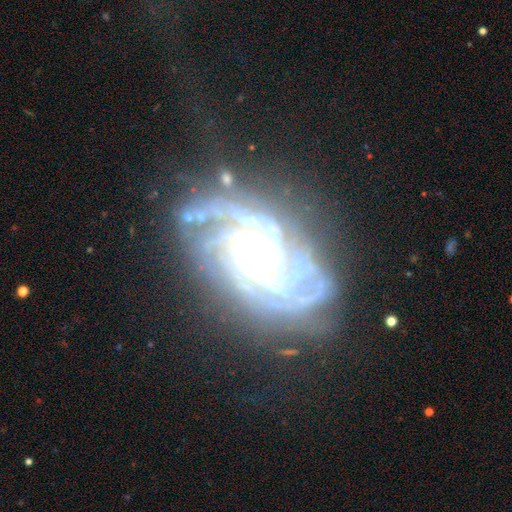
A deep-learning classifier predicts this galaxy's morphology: A featured or disk galaxy (89%) with no bar (62%), 3 (26%) tight (69%) spiral arms (98%) and a moderate central bulge (44%).

Vote fractions:
- Smooth or featured? featured or disk: 89% / star or artifact: 7% / smooth: 4%
- Edge-on disk? no: 96% / yes: 4%
- Bar? no: 62% / weak: 23% / strong: 16%
- Spiral arms? yes: 98% / no: 2%
- Spiral winding? tight: 69% / medium: 26% / loose: 5%
- Spiral arm count? 3: 26% / can't tell: 19% / 2: 17% / 4: 17% / more than 4: 14% / 1: 8%
- Bulge size? moderate: 44% / large: 39% / small: 9% / dominant: 5% / none: 3%
- Merging? none: 69% / minor disturbance: 19% / major disturbance: 10% / merger: 2%